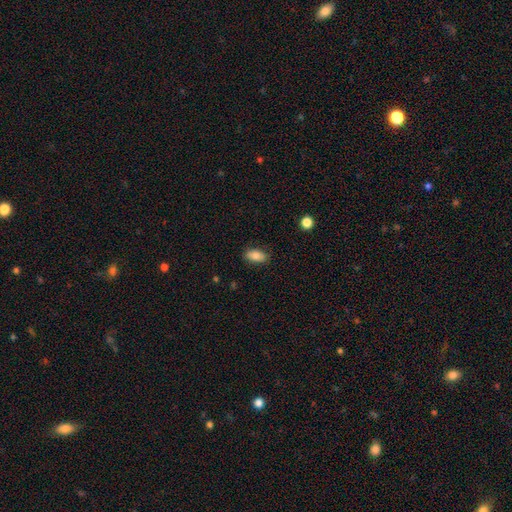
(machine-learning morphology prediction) type=smooth (83%); roundness=in between (91%); merging=none (85%).